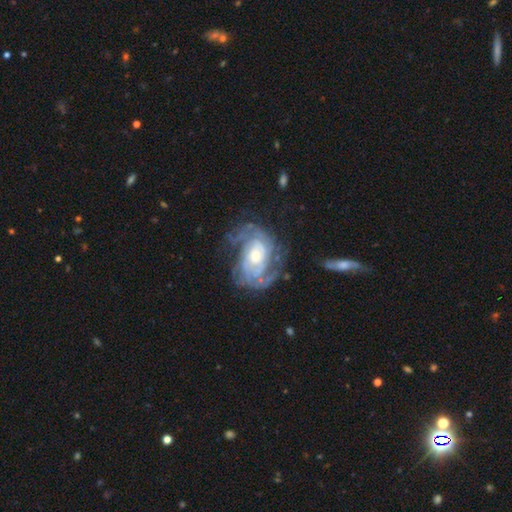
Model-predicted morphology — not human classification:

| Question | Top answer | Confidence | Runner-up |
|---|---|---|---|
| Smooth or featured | featured or disk | 86% | smooth (8%) |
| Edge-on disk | no | 97% | yes (3%) |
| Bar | no | 65% | weak (27%) |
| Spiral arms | yes | 92% | no (8%) |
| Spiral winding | tight | 57% | medium (32%) |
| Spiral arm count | can't tell | 35% | 2 (32%) |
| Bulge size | moderate | 51% | small (39%) |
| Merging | none | 61% | minor disturbance (20%) |